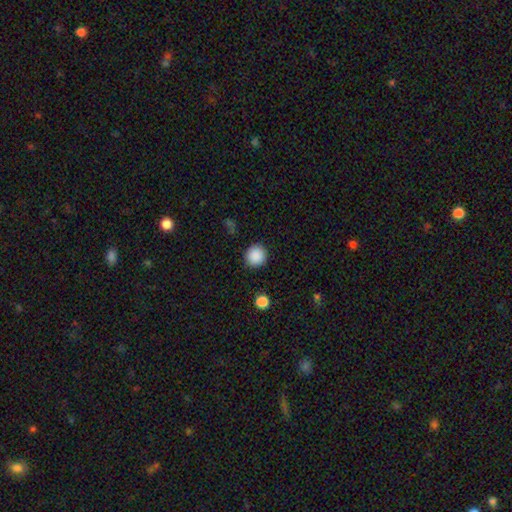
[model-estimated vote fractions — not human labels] Q: Smooth or featured?
A: smooth (89%); runner-up: star or artifact (9%)
Q: How rounded?
A: round (94%); runner-up: in between (5%)
Q: Merging?
A: none (90%); runner-up: minor disturbance (6%)